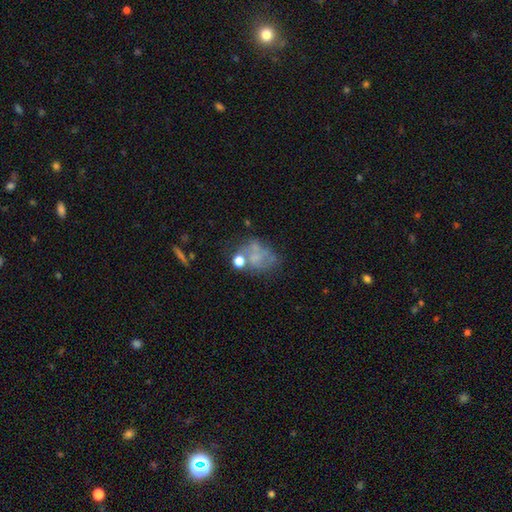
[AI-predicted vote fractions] A featured or disk galaxy (44%). Merging: none (36%).